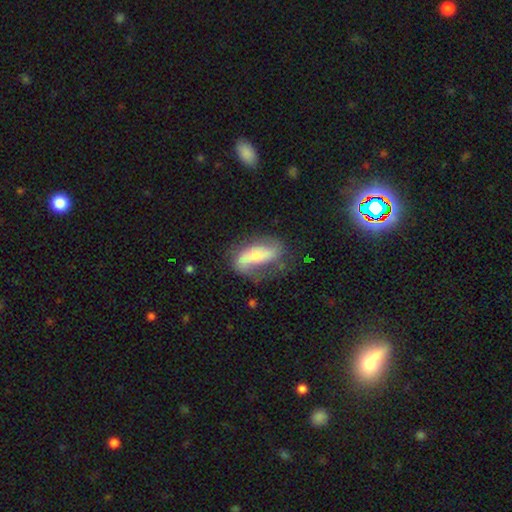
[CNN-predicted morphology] type=featured or disk (56%); edge-on=no (85%); merging=none (55%).